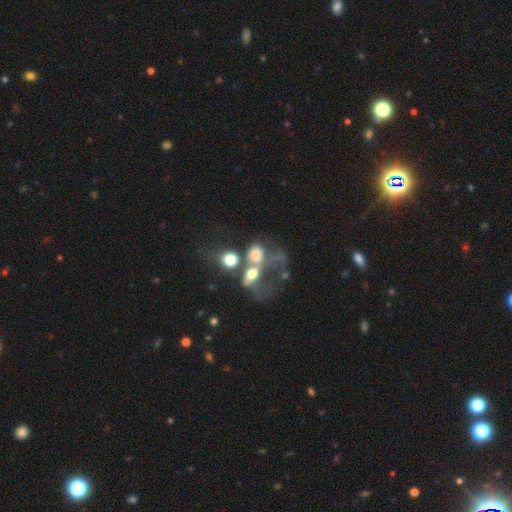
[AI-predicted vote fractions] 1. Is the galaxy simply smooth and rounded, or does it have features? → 56% smooth, 30% featured or disk, 14% star or artifact.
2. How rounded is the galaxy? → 53% in between, 45% round, 3% cigar-shaped.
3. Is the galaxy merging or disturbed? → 56% merger, 21% major disturbance, 15% none, 8% minor disturbance.